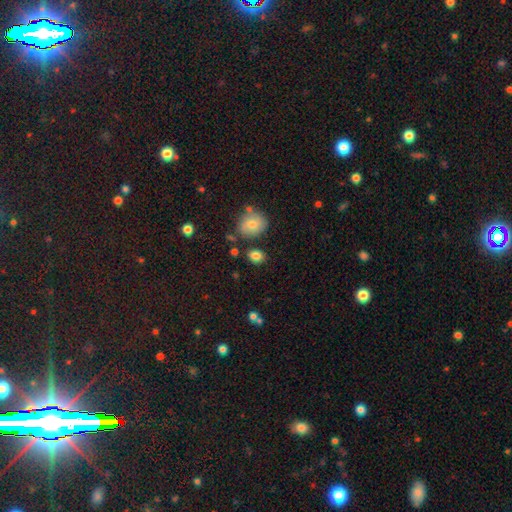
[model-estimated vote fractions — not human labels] A smooth galaxy with no disk features (83%) that is in between round and cigar-shaped (49%, tied with round).

Vote fractions:
- Smooth or featured? smooth: 83% / star or artifact: 10% / featured or disk: 7%
- How rounded? in between: 49% (tied) / round: 49% (tied) / cigar-shaped: 1%
- Merging? none: 79% / minor disturbance: 12% / merger: 6% / major disturbance: 3%